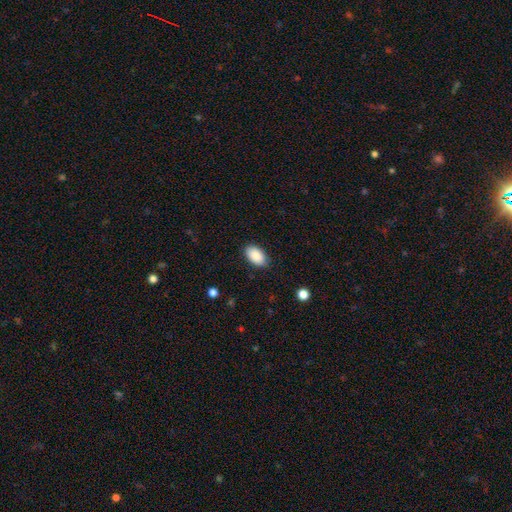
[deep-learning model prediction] This is clearly a smooth galaxy (89%). How rounded: clearly in between (94%). Merging: clearly none (87%).